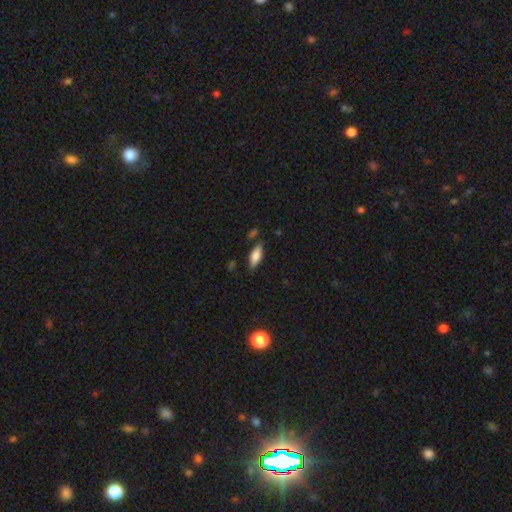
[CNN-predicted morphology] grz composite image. It shows a smooth galaxy with no disk features (81%) that is in between round and cigar-shaped (78%). Merging: none (79%).